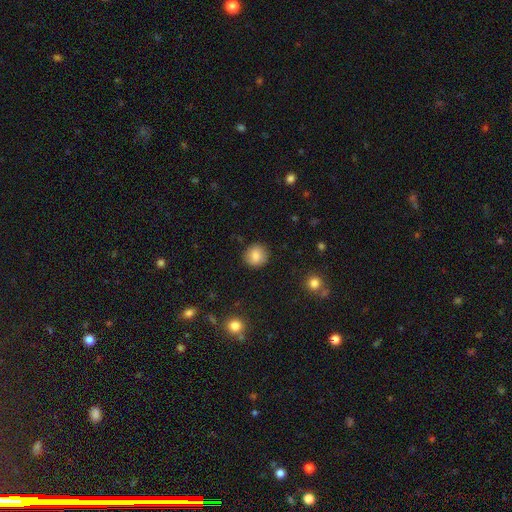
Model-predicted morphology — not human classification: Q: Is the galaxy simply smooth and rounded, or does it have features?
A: smooth — 82%.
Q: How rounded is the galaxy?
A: round — 90%.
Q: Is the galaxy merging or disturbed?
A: none — 88%.